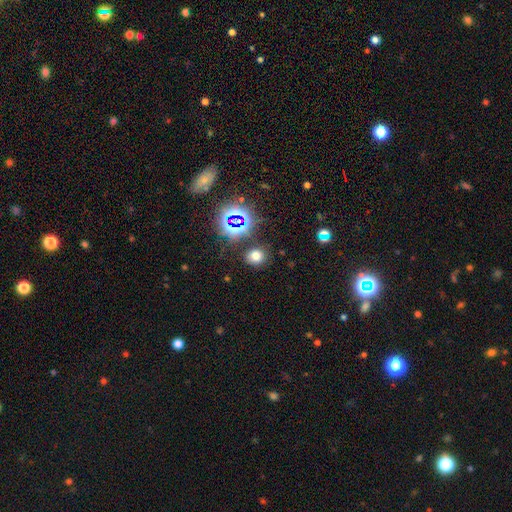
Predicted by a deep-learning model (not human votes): A smooth galaxy with no disk features (68%) that is round (70%). Merging: none (83%).